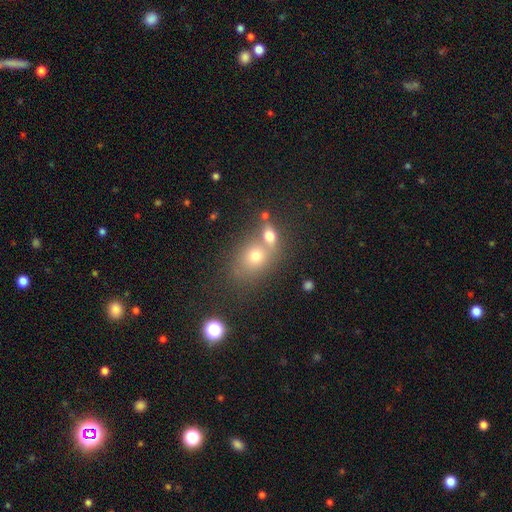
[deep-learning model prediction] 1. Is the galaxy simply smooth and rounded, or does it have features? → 62% smooth, 21% star or artifact, 16% featured or disk.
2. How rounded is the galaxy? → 57% round, 41% in between, 2% cigar-shaped.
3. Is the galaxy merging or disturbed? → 45% merger, 42% none, 9% minor disturbance, 4% major disturbance.